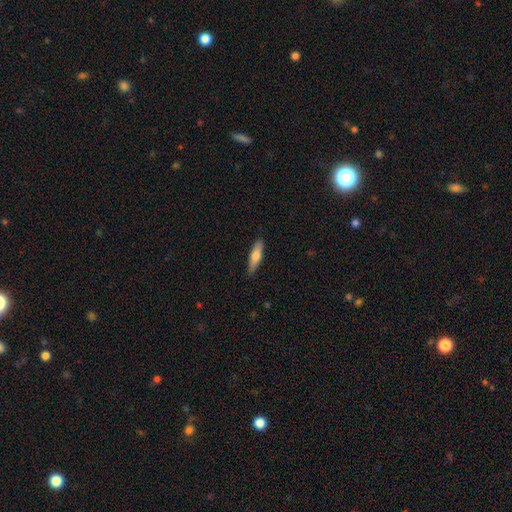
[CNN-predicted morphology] Smooth or featured? Predicted: smooth (p=0.67). How rounded? Predicted: cigar-shaped (p=0.65). Merging? Predicted: none (p=0.87).